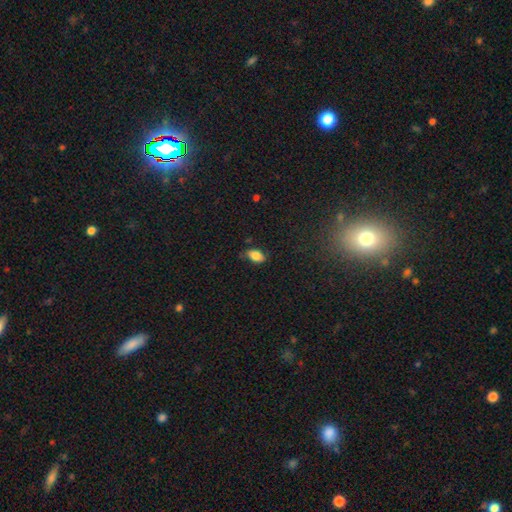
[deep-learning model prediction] This is clearly a smooth galaxy (83%). How rounded: clearly in between (91%). Merging: likely none (73%).